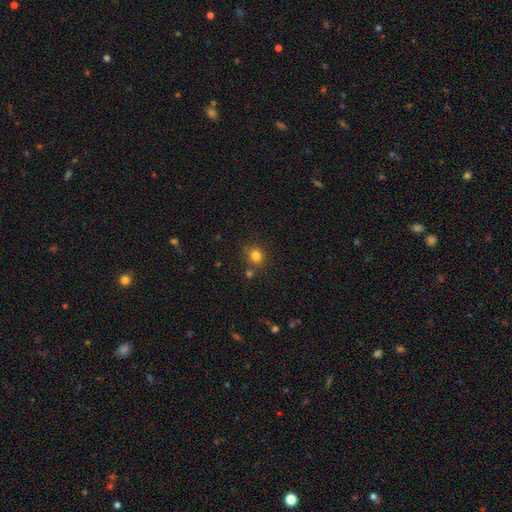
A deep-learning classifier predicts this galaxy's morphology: type=smooth (81%); roundness=round (88%); merging=none (77%).